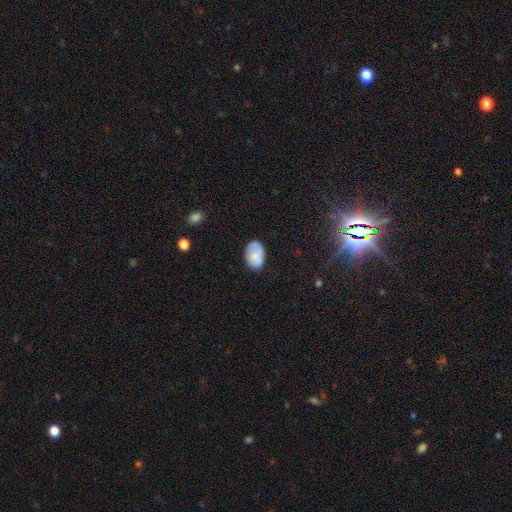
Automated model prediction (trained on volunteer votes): smooth 76%, featured or disk 16%, star or artifact 8%. Down the decision tree: how rounded — in between (85%); merging — none (63%).